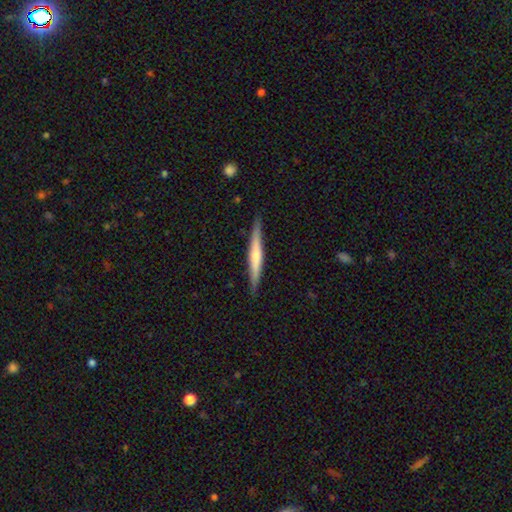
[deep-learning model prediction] A featured or disk galaxy (55%) viewed edge-on (97%) with a rounded central bulge (57%). Merging: none (88%).